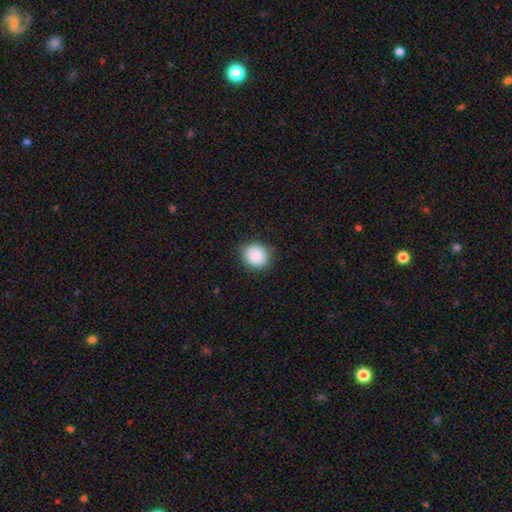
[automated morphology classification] smooth-or-featured: smooth: 89% | star or artifact: 8% | featured or disk: 3%
  how-rounded: round: 80% | in between: 20% | cigar-shaped: 1%
  merging: none: 88% | minor disturbance: 9% | major disturbance: 2% | merger: 1%